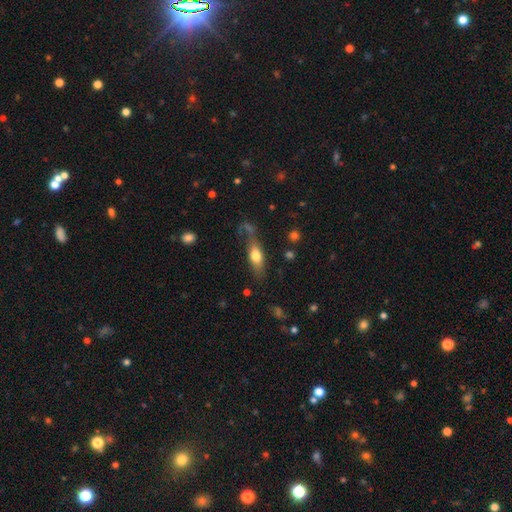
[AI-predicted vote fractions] This is likely a smooth galaxy (65%). How rounded: likely in between (66%). Merging: possibly none (54%).